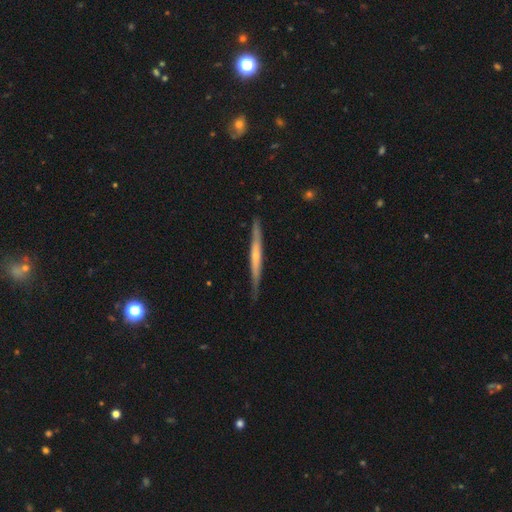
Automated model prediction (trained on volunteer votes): Smooth or featured: featured or disk — 62% (smooth — 33%)
Edge-on disk: yes — 96% (no — 4%)
Edge-on bulge: none — 52% (rounded — 43%)
Merging: none — 82% (minor disturbance — 14%)